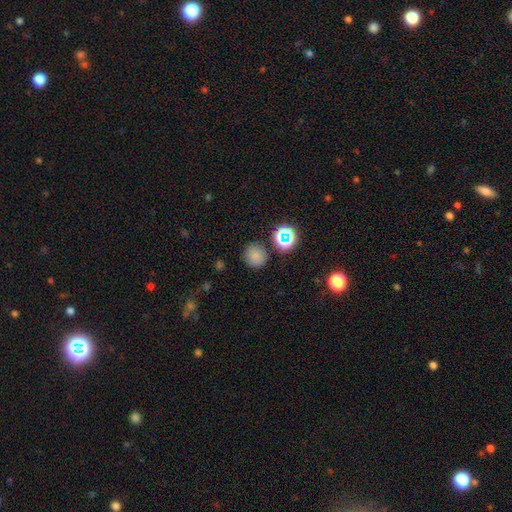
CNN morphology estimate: A smooth galaxy with no disk features (75%) that is round (89%).

Vote fractions:
- Smooth or featured? smooth: 75% / star or artifact: 19% / featured or disk: 7%
- How rounded? round: 89% / in between: 10% / cigar-shaped: 1%
- Merging? none: 82% / minor disturbance: 10% / merger: 5% / major disturbance: 3%